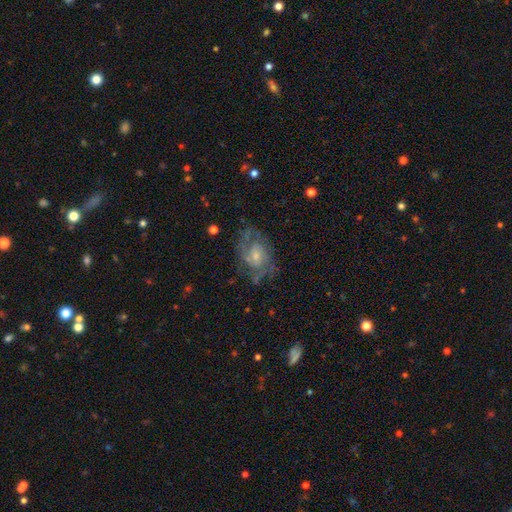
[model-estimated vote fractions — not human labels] smooth-or-featured: featured or disk: 73% | smooth: 17% | star or artifact: 10%
  disk-edge-on: no: 96% | yes: 4%
    bar: no: 63% | weak: 32% | strong: 5%
    has-spiral-arms: yes: 86% | no: 14%
      spiral-winding: medium: 44% | tight: 41% | loose: 15%
      spiral-arm-count: 2: 40% | can't tell: 34% | 3: 13% | 4: 5% | 1: 5% | more than 4: 4%
    bulge-size: small: 57% | moderate: 33% | none: 6% | large: 3% | dominant: 1%
  merging: none: 68% | minor disturbance: 19% | major disturbance: 12% | merger: 2%